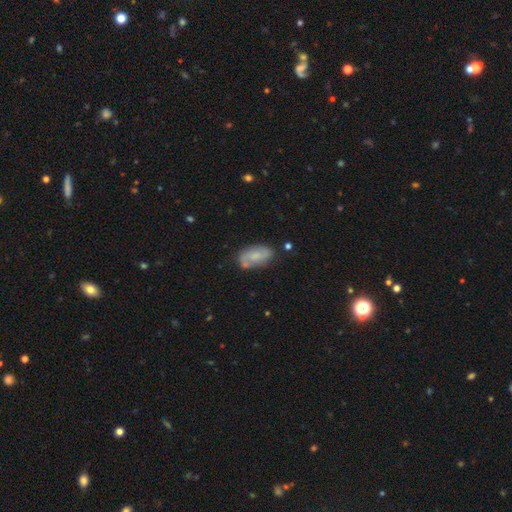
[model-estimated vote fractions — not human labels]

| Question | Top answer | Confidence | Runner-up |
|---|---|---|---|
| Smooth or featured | smooth | 58% | featured or disk (35%) |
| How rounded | in between | 91% | cigar-shaped (5%) |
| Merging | none | 64% | minor disturbance (23%) |